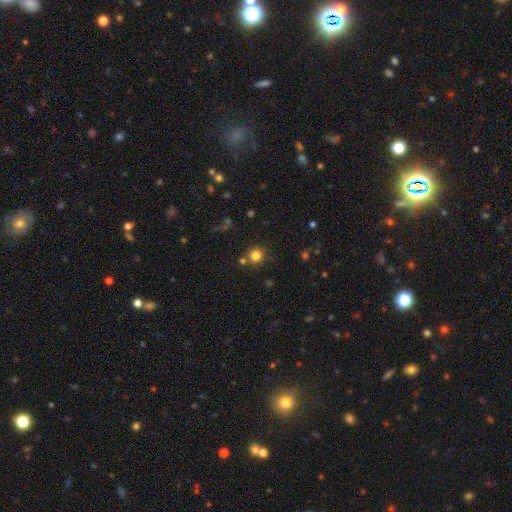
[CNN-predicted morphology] This is clearly a smooth galaxy (80%). How rounded: clearly round (90%). Merging: likely none (77%).